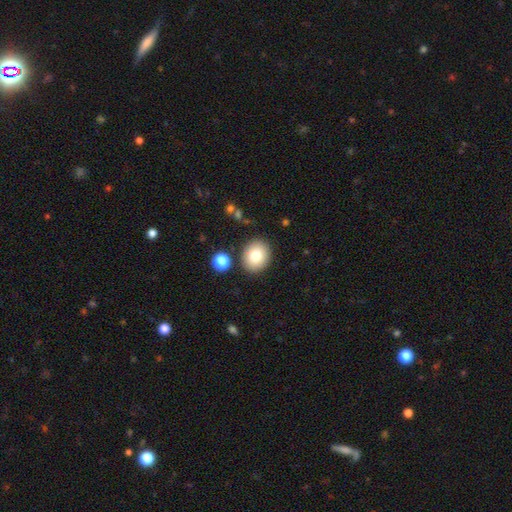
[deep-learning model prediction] A smooth galaxy with no disk features (79%) that is round (70%).

Vote fractions:
- Smooth or featured? smooth: 79% / featured or disk: 11% / star or artifact: 10%
- How rounded? round: 70% / in between: 29% / cigar-shaped: 1%
- Merging? none: 86% / minor disturbance: 8% / merger: 4% / major disturbance: 2%